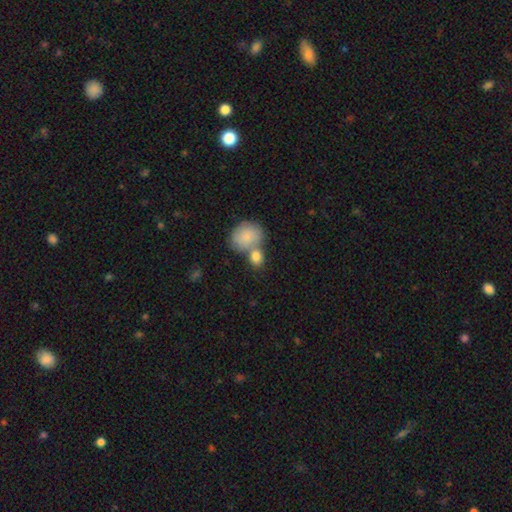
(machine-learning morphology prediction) type=smooth (82%); roundness=round (56%); merging=merger (47%).